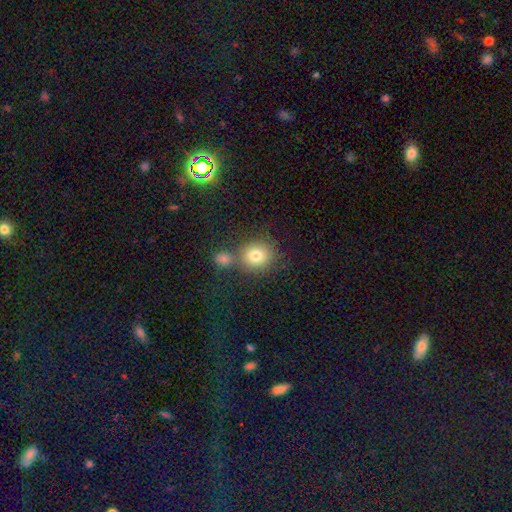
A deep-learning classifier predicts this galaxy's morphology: smooth-or-featured: smooth: 78% | star or artifact: 12% | featured or disk: 10%
  how-rounded: round: 84% | in between: 15% | cigar-shaped: 1%
  merging: none: 61% | merger: 25% | minor disturbance: 10% | major disturbance: 4%